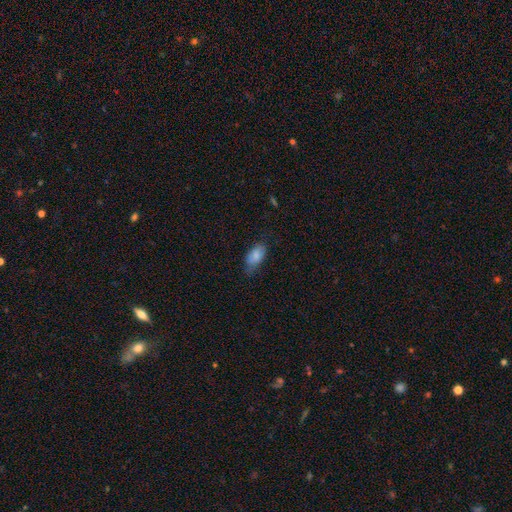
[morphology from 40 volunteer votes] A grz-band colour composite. It shows a smooth galaxy with no disk features (72%) that is in between round and cigar-shaped (90%). Merging: none (41%).